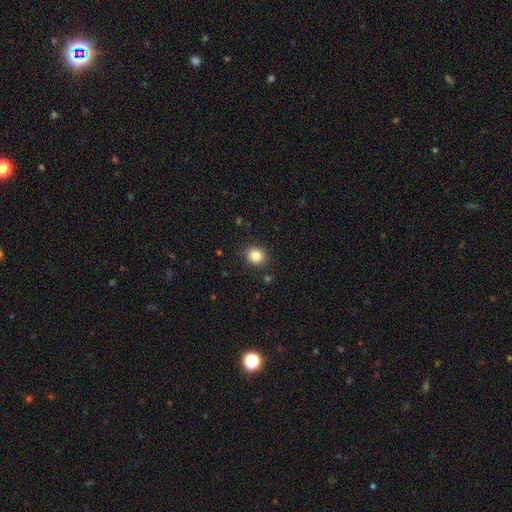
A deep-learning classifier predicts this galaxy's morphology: A smooth galaxy with no disk features (84%) that is round (70%).

Vote fractions:
- Smooth or featured? smooth: 84% / star or artifact: 10% / featured or disk: 6%
- How rounded? round: 70% / in between: 29% / cigar-shaped: 1%
- Merging? none: 88% / minor disturbance: 8% / major disturbance: 2% / merger: 1%